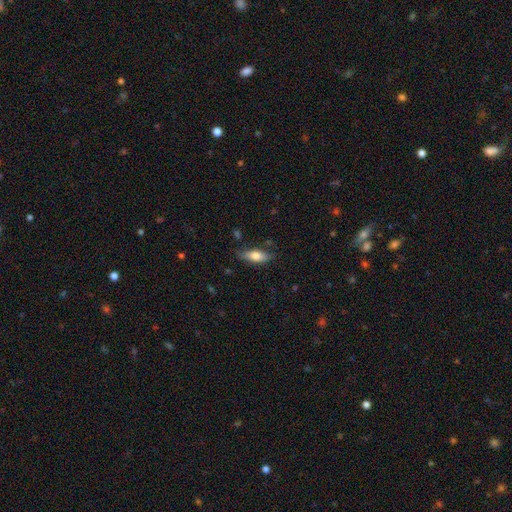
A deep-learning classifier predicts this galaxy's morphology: This appears to be a smooth galaxy with no disk features (71%) that is in between round and cigar-shaped (65%). Merging: none (75%).